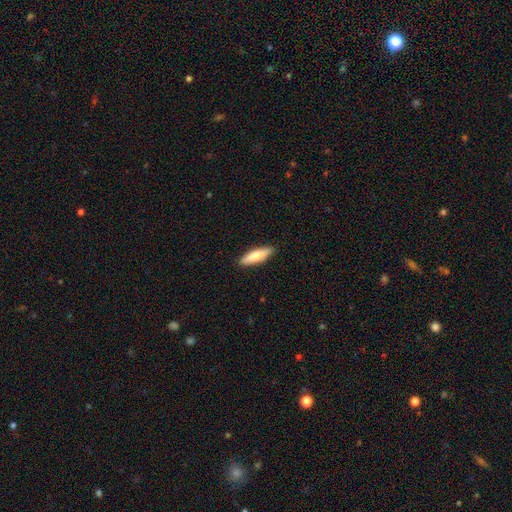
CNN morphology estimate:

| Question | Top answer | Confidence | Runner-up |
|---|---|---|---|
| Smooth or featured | smooth | 73% | featured or disk (21%) |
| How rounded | cigar-shaped | 62% | in between (36%) |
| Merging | none | 90% | minor disturbance (8%) |